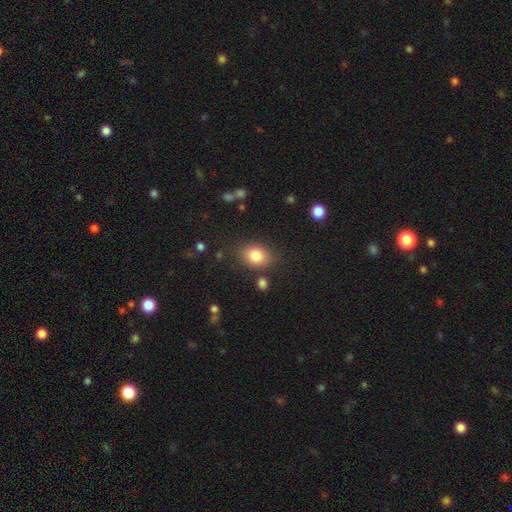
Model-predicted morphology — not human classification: A smooth galaxy with no disk features (83%) that is in between round and cigar-shaped (59%). Merging: none (80%).